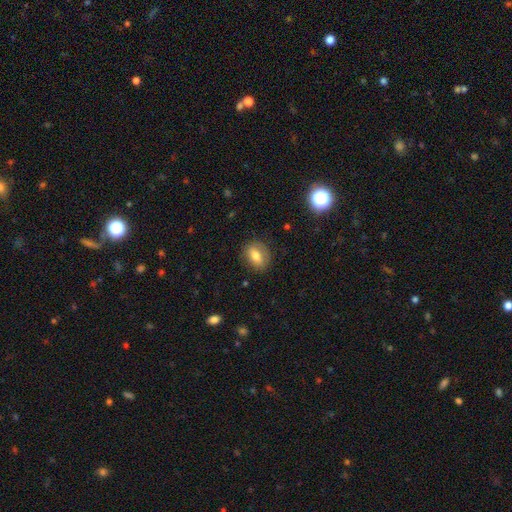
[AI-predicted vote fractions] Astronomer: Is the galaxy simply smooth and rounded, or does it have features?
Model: smooth — 73%.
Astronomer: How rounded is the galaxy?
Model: in between — 64%.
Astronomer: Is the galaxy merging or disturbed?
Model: none — 81%.